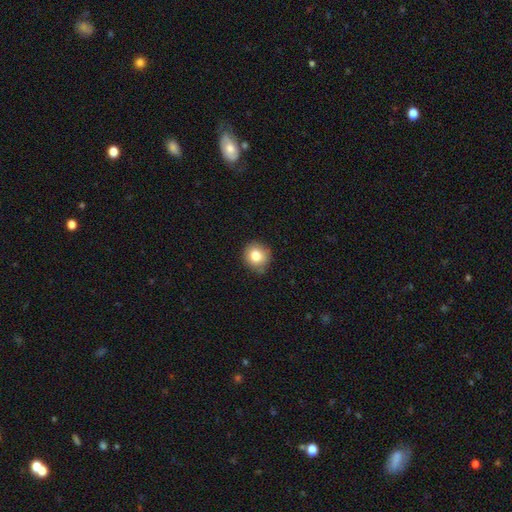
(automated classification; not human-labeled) A smooth galaxy with no disk features (81%) that is round (89%). Merging: none (79%).